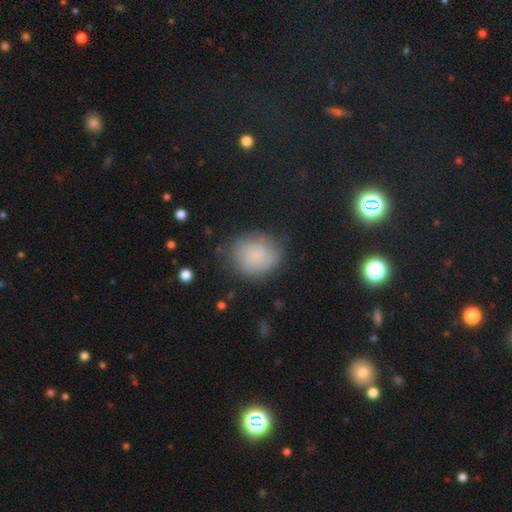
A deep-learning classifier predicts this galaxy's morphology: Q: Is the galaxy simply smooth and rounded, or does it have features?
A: smooth — 73%.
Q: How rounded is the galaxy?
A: round — 71%.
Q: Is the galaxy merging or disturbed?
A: none — 71%.